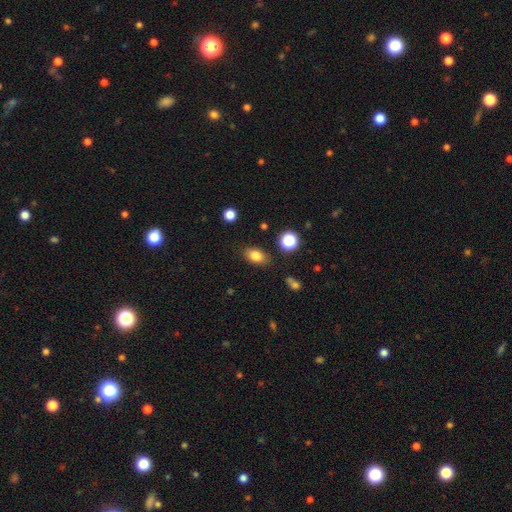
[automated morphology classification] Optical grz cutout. It shows a smooth galaxy with no disk features (81%) that is in between round and cigar-shaped (82%). Merging: none (84%).